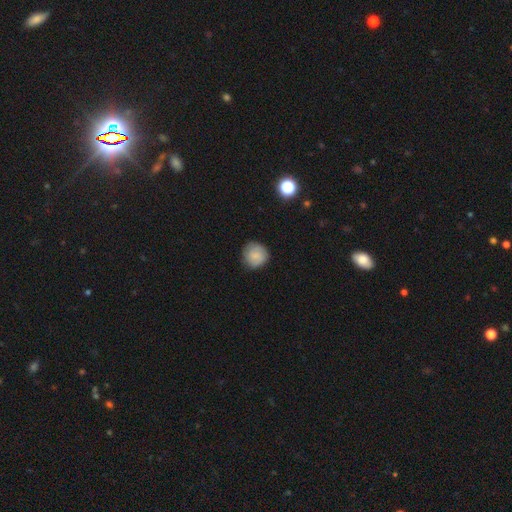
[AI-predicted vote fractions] smooth_or_featured: smooth (p=0.69) [alt: featured or disk p=0.22]
how_rounded: round (p=0.89) [alt: in between p=0.10]
merging: none (p=0.80) [alt: minor disturbance p=0.15]